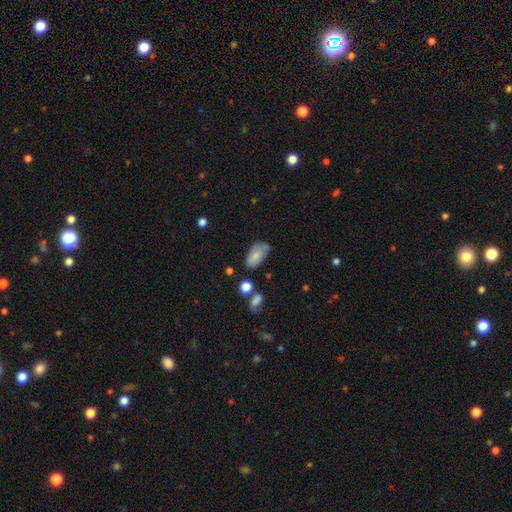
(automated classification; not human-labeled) Smooth or featured: smooth — 77% (featured or disk — 15%)
How rounded: in between — 93% (round — 4%)
Merging: none — 54% (minor disturbance — 32%)